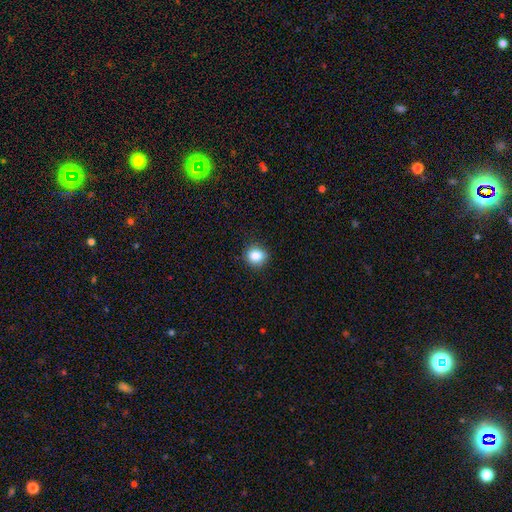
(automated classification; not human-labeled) The model was most divided on "how rounded": round: 77%, in between: 22%, cigar-shaped: 1%. More confident: merging — none (88%); smooth or featured — smooth (85%).